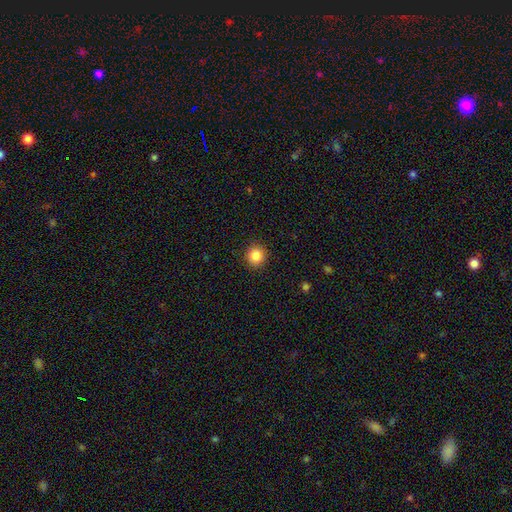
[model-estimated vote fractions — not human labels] smooth_or_featured: smooth (p=0.85) [alt: star or artifact p=0.10]
how_rounded: round (p=0.92) [alt: in between p=0.07]
merging: none (p=0.91) [alt: minor disturbance p=0.06]